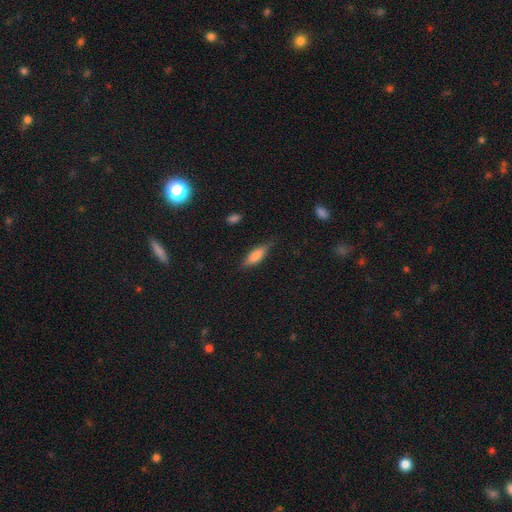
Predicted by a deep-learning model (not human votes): This is likely a smooth galaxy (72%). How rounded: possibly in between (52%). Merging: likely none (77%).